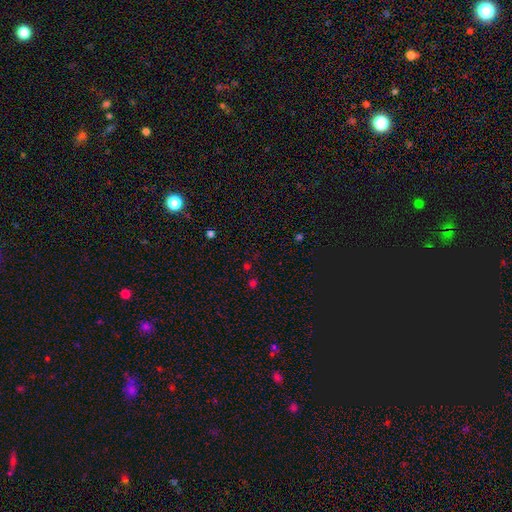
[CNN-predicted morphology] Overall: star or artifact (55%; smooth 38%).